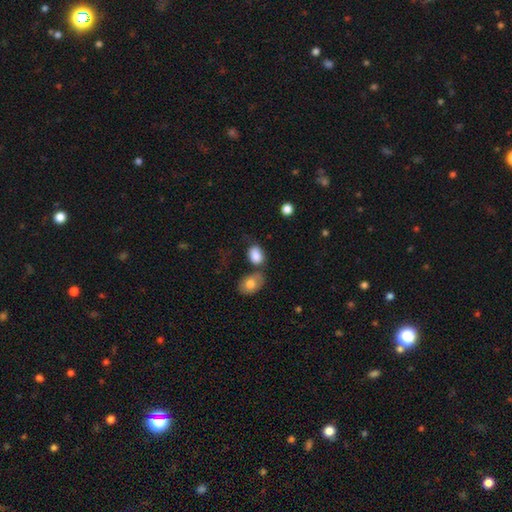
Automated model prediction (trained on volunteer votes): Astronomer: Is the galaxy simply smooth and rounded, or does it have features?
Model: smooth — 84%.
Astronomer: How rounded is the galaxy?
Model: in between — 80%.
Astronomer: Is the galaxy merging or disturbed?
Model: none — 49%.